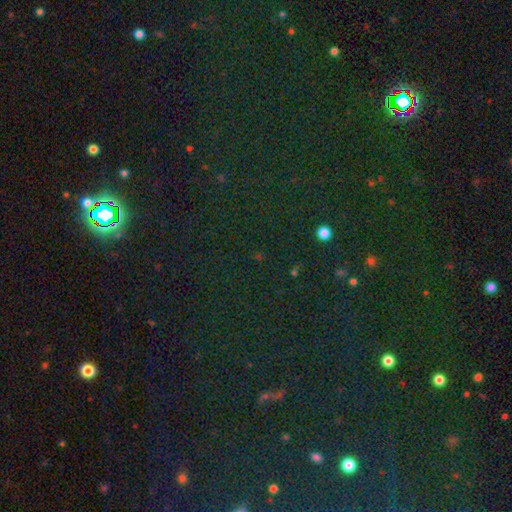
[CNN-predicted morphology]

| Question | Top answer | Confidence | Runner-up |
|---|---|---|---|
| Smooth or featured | star or artifact | 78% | smooth (14%) |